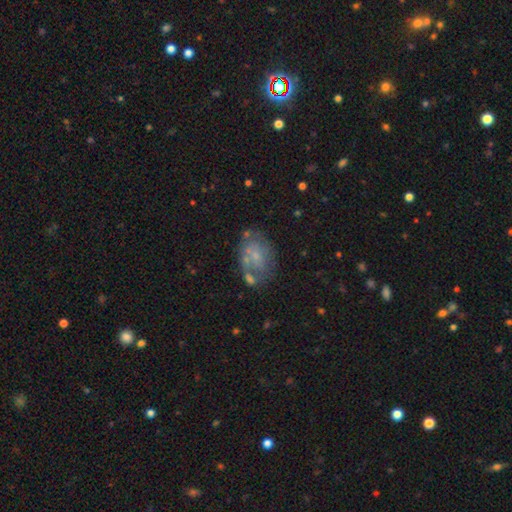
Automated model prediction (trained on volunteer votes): Morphology: type=featured or disk (52%); edge-on=no (97%); bar=no (78%); spiral arms=no (58%); bulge=small (61%); merging=none (48%).